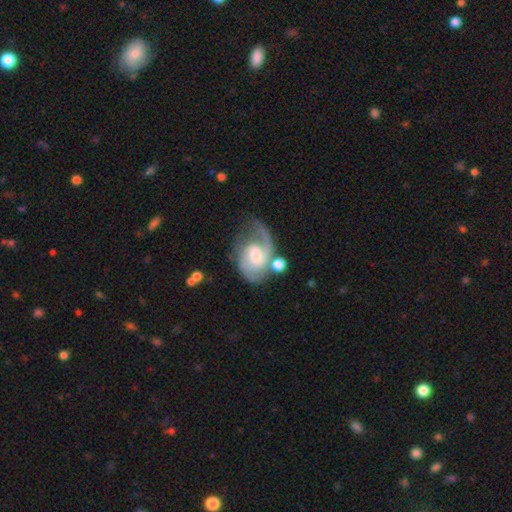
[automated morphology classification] Smooth or featured: featured or disk — 82% (smooth — 13%)
Edge-on disk: no — 97% (yes — 3%)
Bar: no — 49% (weak — 43%)
Spiral arms: yes — 95% (no — 5%)
Spiral winding: medium — 49% (tight — 31%)
Spiral arm count: 2 — 64% (1 — 20%)
Bulge size: moderate — 51% (small — 31%)
Merging: none — 49% (minor disturbance — 20%)